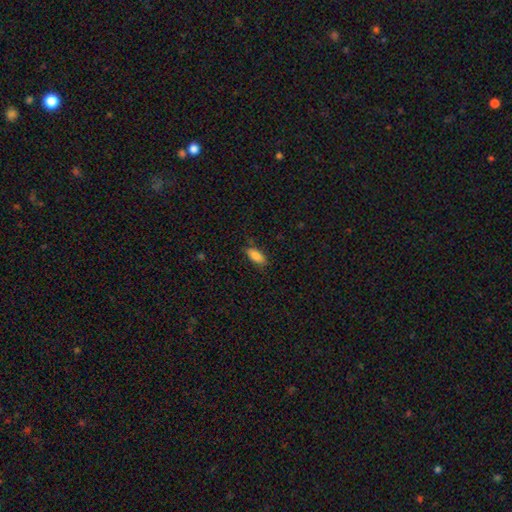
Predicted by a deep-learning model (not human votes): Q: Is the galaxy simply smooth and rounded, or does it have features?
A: smooth — 83%.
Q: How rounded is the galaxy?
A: in between — 83%.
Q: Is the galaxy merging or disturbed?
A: none — 76%.